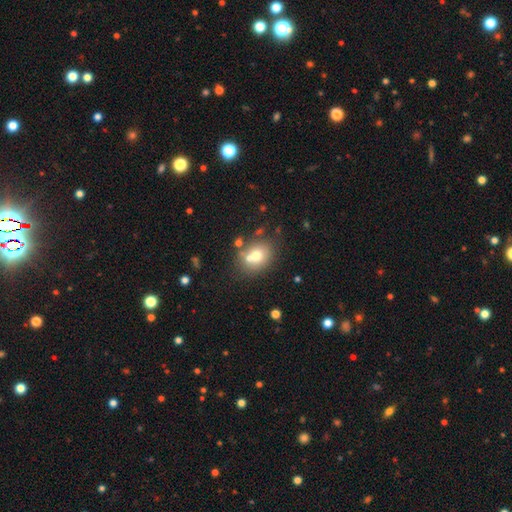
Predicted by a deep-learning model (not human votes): Q: Smooth or featured?
A: smooth (67%); runner-up: featured or disk (20%)
Q: How rounded?
A: round (59%); runner-up: in between (40%)
Q: Merging?
A: none (58%); runner-up: merger (24%)